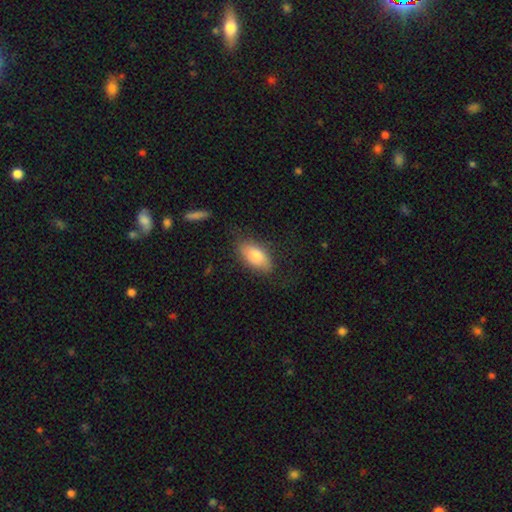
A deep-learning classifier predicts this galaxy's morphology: Smooth or featured: smooth — 79% (featured or disk — 15%)
How rounded: in between — 90% (cigar-shaped — 6%)
Merging: none — 76% (minor disturbance — 18%)